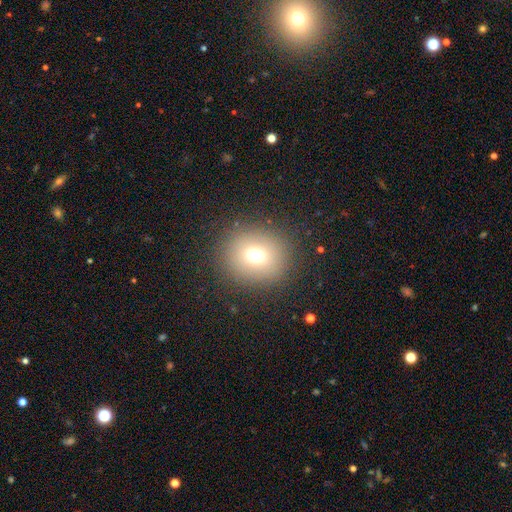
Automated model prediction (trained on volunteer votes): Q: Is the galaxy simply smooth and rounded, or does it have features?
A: smooth — 70%.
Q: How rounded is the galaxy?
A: round — 79%.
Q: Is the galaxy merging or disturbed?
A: none — 86%.